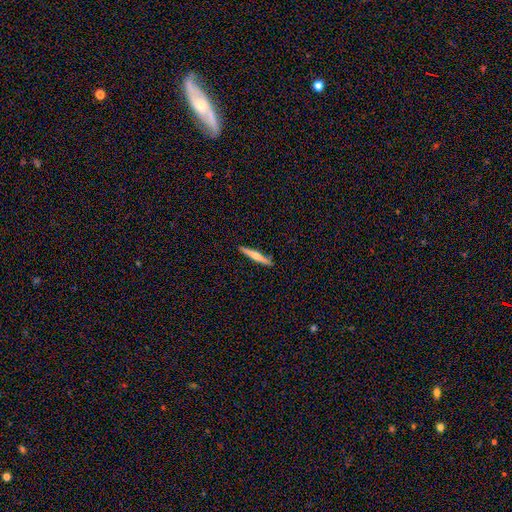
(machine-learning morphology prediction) A smooth galaxy with no disk features (51%) that is cigar-shaped (94%).

Vote fractions:
- Smooth or featured? smooth: 51% / featured or disk: 44% / star or artifact: 6%
- How rounded? cigar-shaped: 94% / in between: 4% / round: 1%
- Merging? none: 88% / minor disturbance: 9% / major disturbance: 2% / merger: 1%